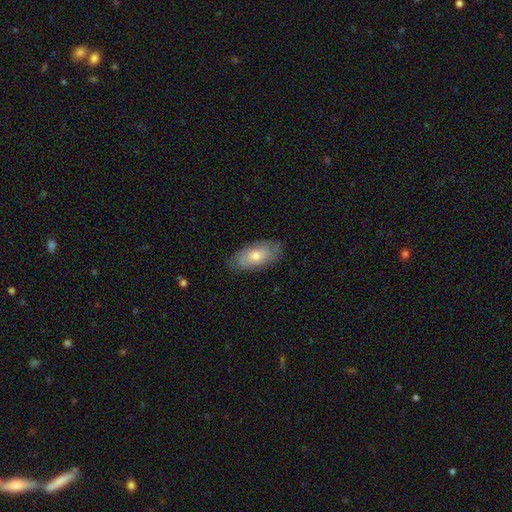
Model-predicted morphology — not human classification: Q: Smooth or featured?
A: smooth (58%); runner-up: featured or disk (35%)
Q: How rounded?
A: in between (89%); runner-up: cigar-shaped (8%)
Q: Merging?
A: none (79%); runner-up: minor disturbance (16%)